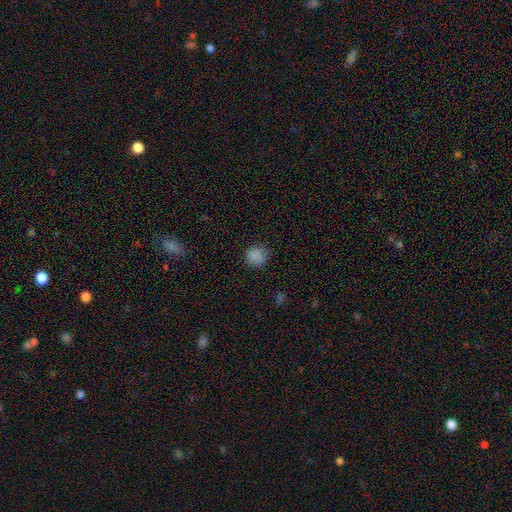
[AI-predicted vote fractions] A smooth galaxy with no disk features (85%) that is round (90%). Merging: none (87%).